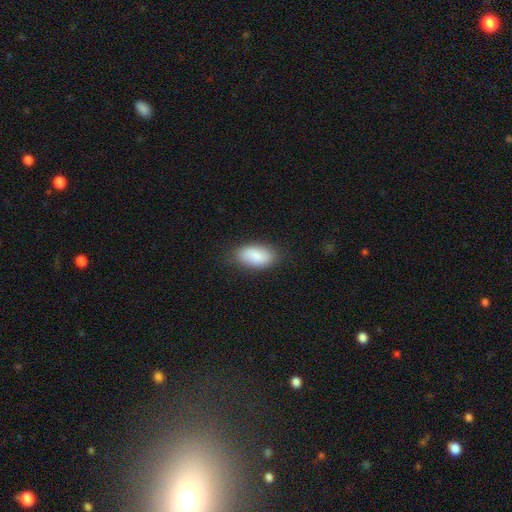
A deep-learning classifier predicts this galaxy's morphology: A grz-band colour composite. It shows a smooth galaxy with no disk features (85%) that is in between round and cigar-shaped (93%). Merging: none (79%).